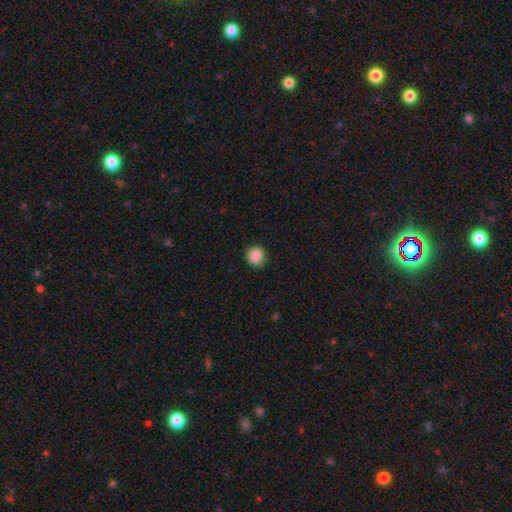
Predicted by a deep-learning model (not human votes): The model was most divided on "how rounded": round: 86%, in between: 13%, cigar-shaped: 1%. More confident: smooth or featured — smooth (88%); merging — none (86%).